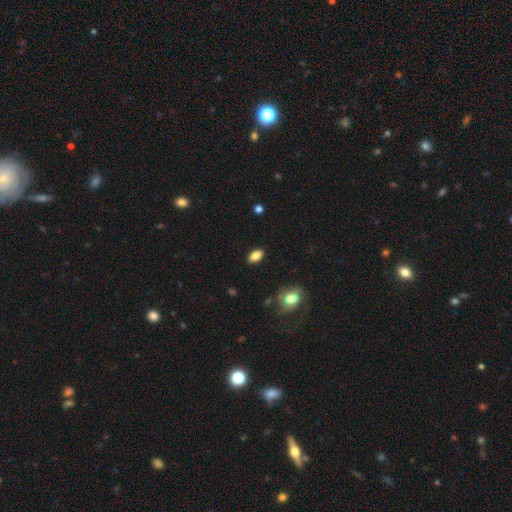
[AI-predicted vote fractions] This is clearly a smooth galaxy (85%). How rounded: clearly in between (91%). Merging: clearly none (87%).